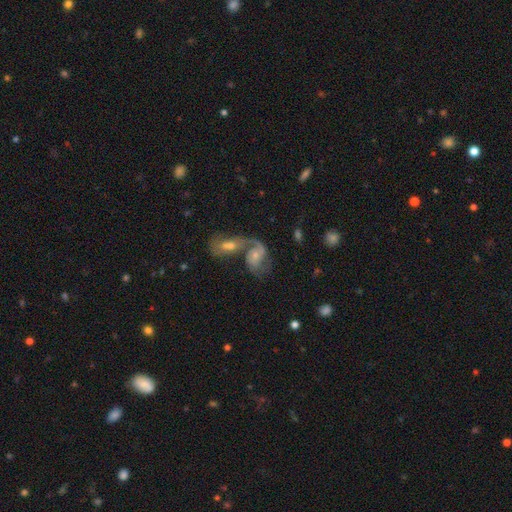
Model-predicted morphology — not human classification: smooth_or_featured: featured or disk (p=0.73) [alt: smooth p=0.20]
disk_edge_on: no (p=0.97) [alt: yes p=0.03]
bar: no (p=0.64) [alt: weak p=0.30]
has_spiral_arms: yes (p=0.89) [alt: no p=0.11]
spiral_winding: medium (p=0.45) [alt: loose p=0.40]
spiral_arm_count: 2 (p=0.67) [alt: 1 p=0.22]
bulge_size: small (p=0.50) [alt: moderate p=0.39]
merging: merger (p=0.65) [alt: none p=0.17]